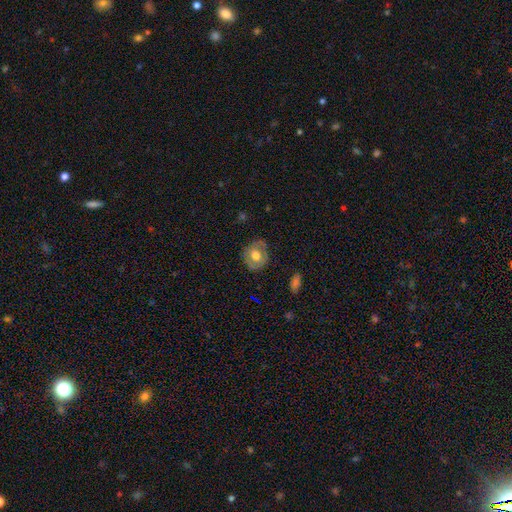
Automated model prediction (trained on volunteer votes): smooth 58%, featured or disk 35%, star or artifact 8%. Down the decision tree: how rounded — round (78%); merging — none (78%).